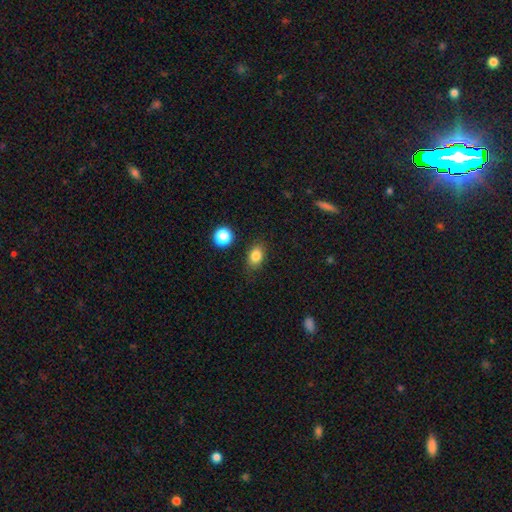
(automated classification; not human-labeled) The model was most divided on "how rounded": in between: 75%, round: 23%, cigar-shaped: 2%. More confident: smooth or featured — smooth (84%); merging — none (81%).